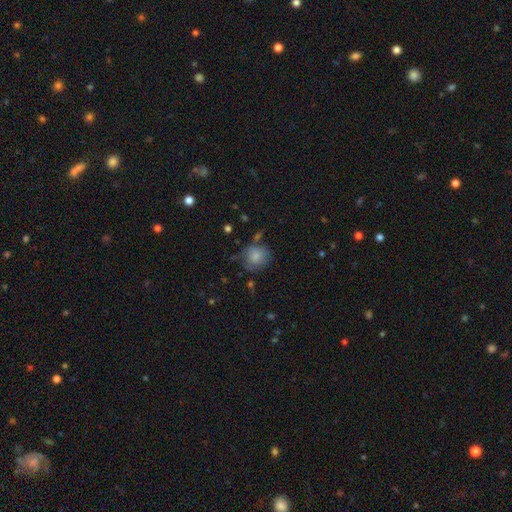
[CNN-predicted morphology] Smooth or featured? Predicted: smooth (p=0.77). How rounded? Predicted: round (p=0.79). Merging? Predicted: none (p=0.58).